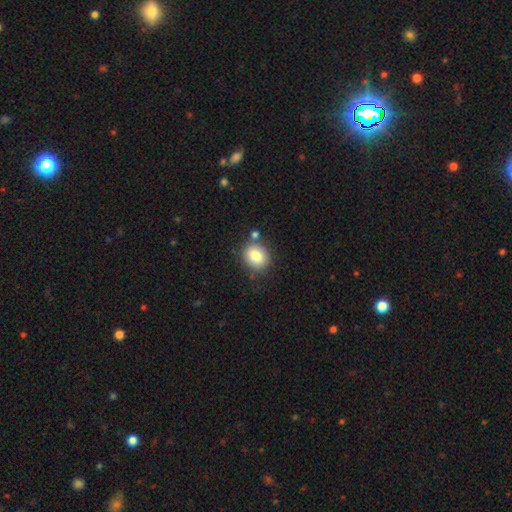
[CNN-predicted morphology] Q: Smooth or featured?
A: smooth (82%); runner-up: star or artifact (9%)
Q: How rounded?
A: round (64%); runner-up: in between (35%)
Q: Merging?
A: none (75%); runner-up: minor disturbance (12%)